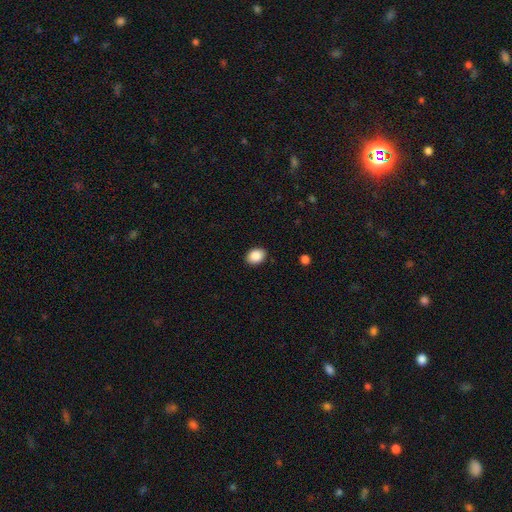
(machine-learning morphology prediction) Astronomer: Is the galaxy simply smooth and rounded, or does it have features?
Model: smooth — 89%.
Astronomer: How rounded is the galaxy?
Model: in between — 73%.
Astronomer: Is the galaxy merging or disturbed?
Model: none — 89%.